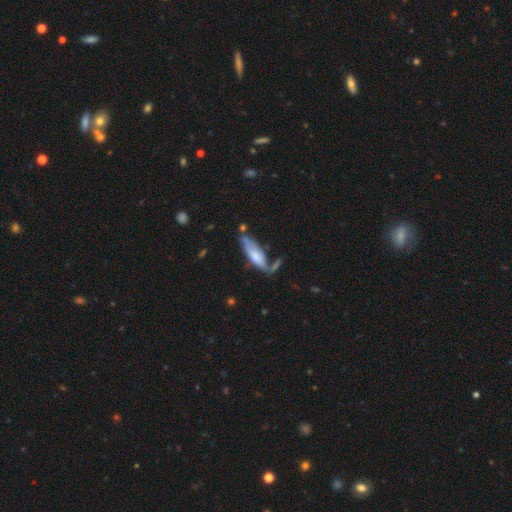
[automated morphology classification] Smooth or featured? Predicted: smooth (p=0.60). How rounded? Predicted: cigar-shaped (p=0.49, tied with in between). Merging? Predicted: none (p=0.45).